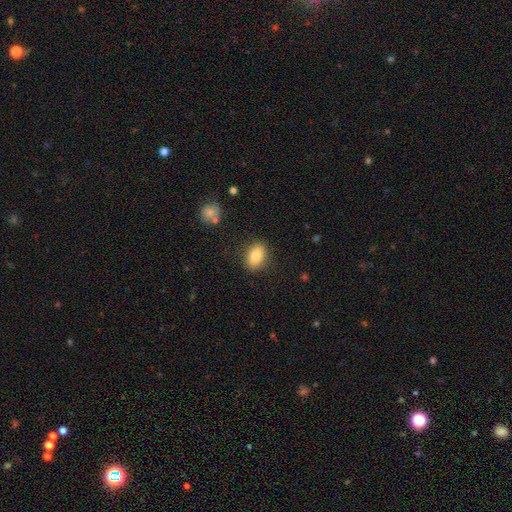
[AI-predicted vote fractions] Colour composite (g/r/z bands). It shows a smooth galaxy with no disk features (82%) that is in between round and cigar-shaped (81%). Merging: none (86%).